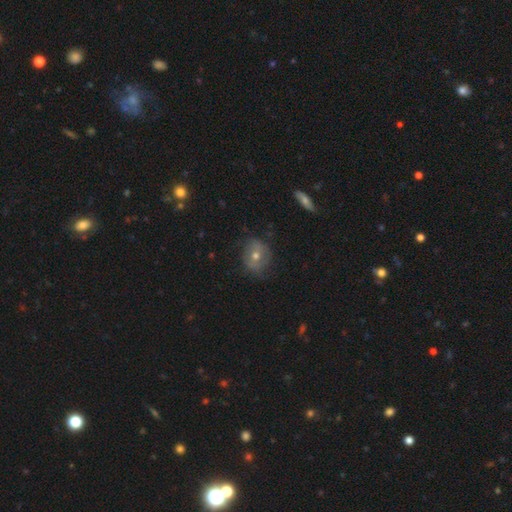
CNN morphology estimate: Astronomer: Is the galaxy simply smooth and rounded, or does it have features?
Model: smooth — 43% (runner-up: featured or disk, 42%).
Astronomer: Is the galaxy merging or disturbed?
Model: none — 77%.